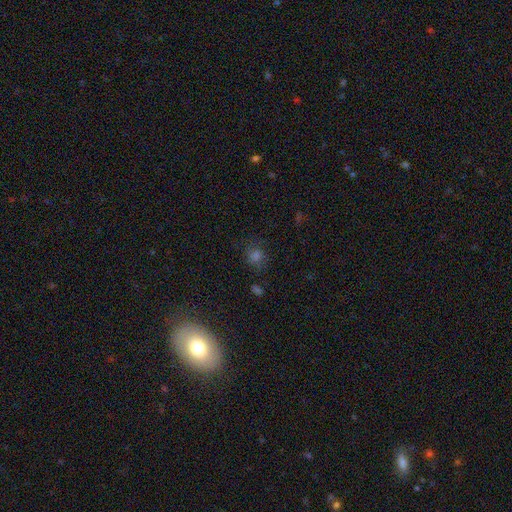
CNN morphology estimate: Overall: smooth (56%; star or artifact 31%). How rounded: round (76%). Merging: none (75%).